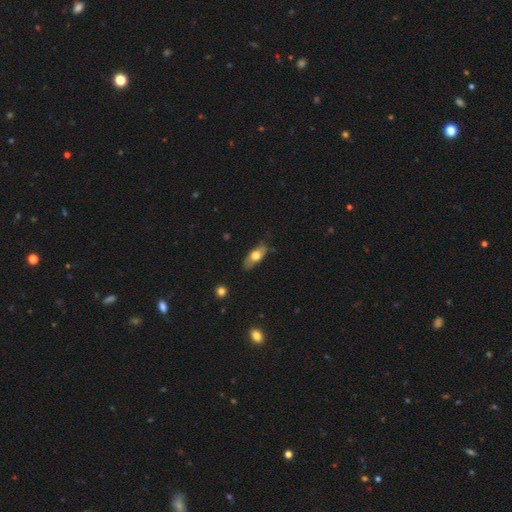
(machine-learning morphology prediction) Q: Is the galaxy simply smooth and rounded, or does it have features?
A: smooth — 60%.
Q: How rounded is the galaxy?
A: in between — 76%.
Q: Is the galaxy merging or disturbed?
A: none — 78%.